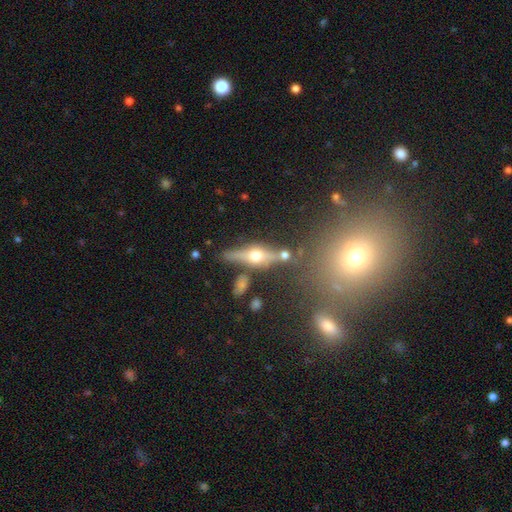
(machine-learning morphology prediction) This appears to be a featured or disk galaxy (67%) viewed edge-on (89%) with a rounded central bulge (95%). Merging: none (71%).